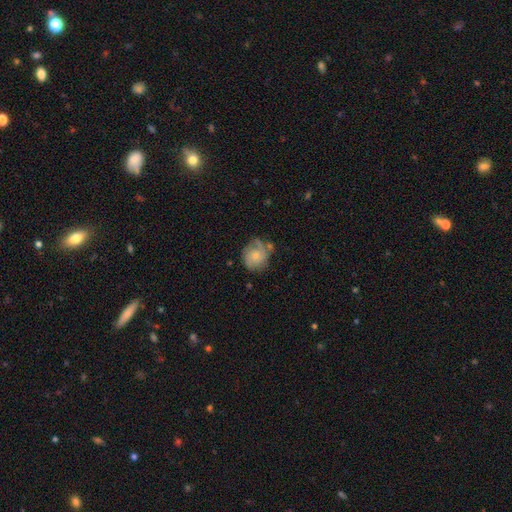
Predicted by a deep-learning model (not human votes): smooth-or-featured: smooth: 50% | featured or disk: 42% | star or artifact: 8%
  merging: none: 55% | minor disturbance: 26% | major disturbance: 11% | merger: 8%